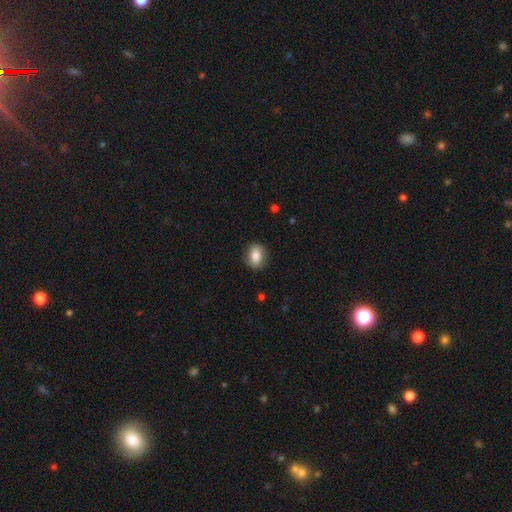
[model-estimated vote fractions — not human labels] A smooth galaxy with no disk features (83%) that is in between round and cigar-shaped (69%).

Vote fractions:
- Smooth or featured? smooth: 83% / featured or disk: 9% / star or artifact: 8%
- How rounded? in between: 69% / round: 30% / cigar-shaped: 2%
- Merging? none: 86% / minor disturbance: 10% / major disturbance: 3% / merger: 1%